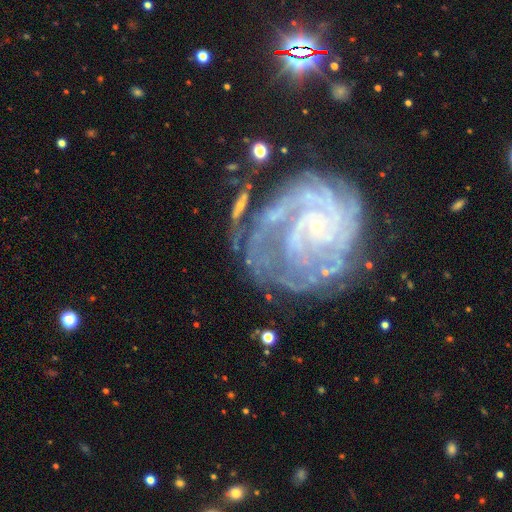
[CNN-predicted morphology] Q: Smooth or featured?
A: featured or disk (88%); runner-up: star or artifact (7%)
Q: Edge-on disk?
A: no (98%); runner-up: yes (2%)
Q: Bar?
A: no (70%); runner-up: weak (22%)
Q: Spiral arms?
A: yes (97%); runner-up: no (3%)
Q: Spiral winding?
A: tight (74%); runner-up: medium (21%)
Q: Spiral arm count?
A: can't tell (24%); runner-up: 4 (20%)
Q: Bulge size?
A: small (87%); runner-up: moderate (7%)
Q: Merging?
A: none (56%); runner-up: minor disturbance (22%)